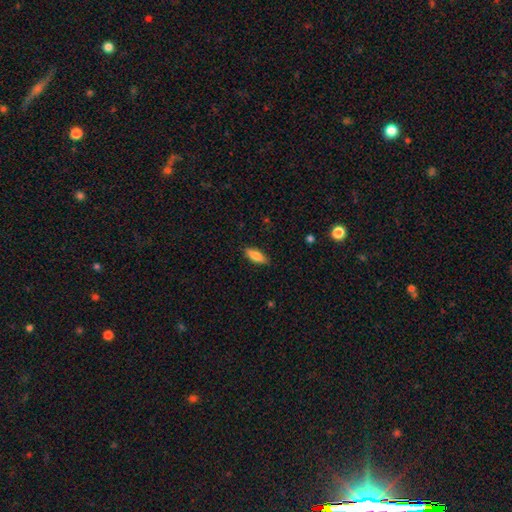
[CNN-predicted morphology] This appears to be a smooth galaxy with no disk features (81%) that is in between round and cigar-shaped (62%). Merging: none (86%).